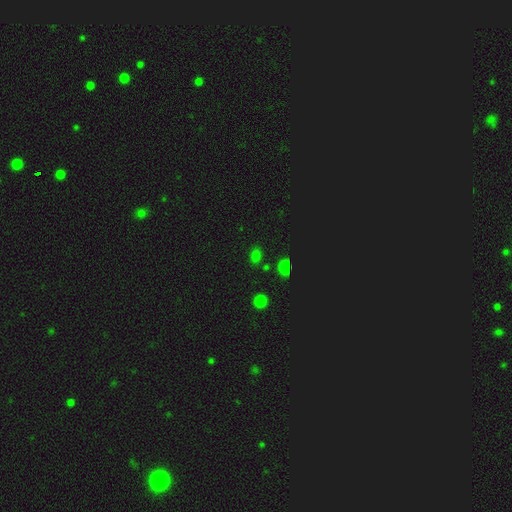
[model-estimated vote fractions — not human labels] Smooth or featured? Predicted: smooth (p=0.62). How rounded? Predicted: in between (p=0.60). Merging? Predicted: none (p=0.81).